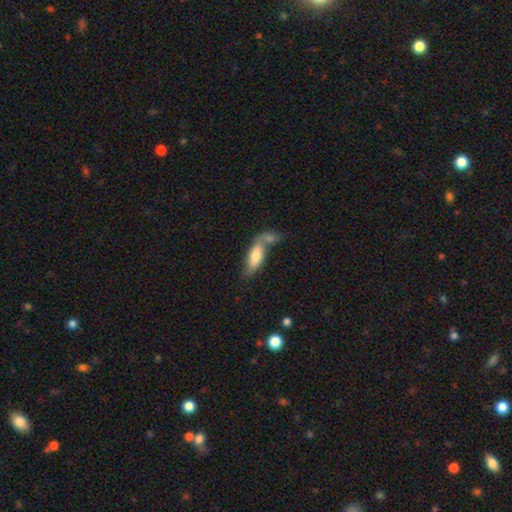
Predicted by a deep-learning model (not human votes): A smooth galaxy with no disk features (73%) that is in between round and cigar-shaped (72%). Merging: merger (48%).